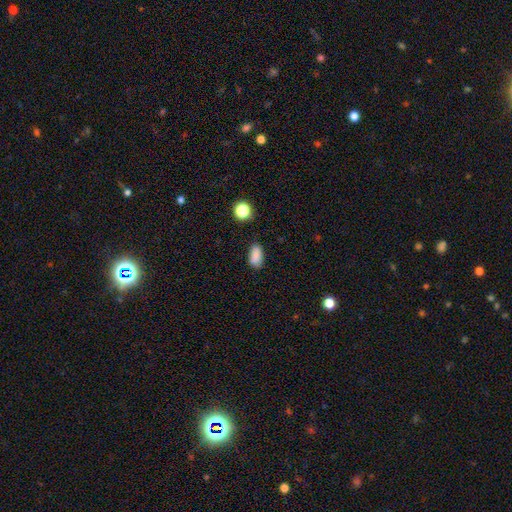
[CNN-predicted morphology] Smooth or featured?
  - smooth: 85% *
  - star or artifact: 10%
  - featured or disk: 5%
How rounded?
  - in between: 89% *
  - round: 6%
  - cigar-shaped: 5%
Merging?
  - none: 79% *
  - minor disturbance: 15%
  - major disturbance: 3%
  - merger: 3%